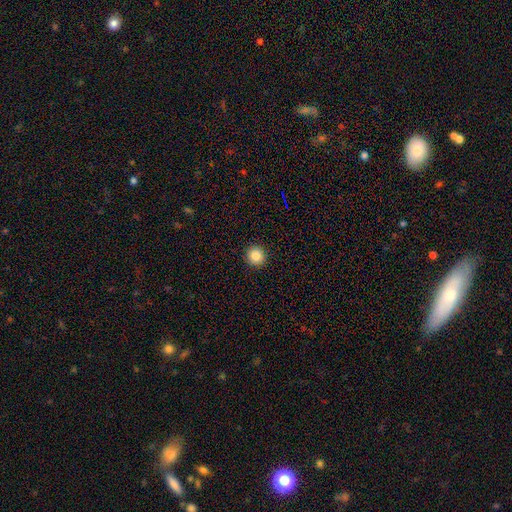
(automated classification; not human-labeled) Smooth or featured? smooth (85%)
How rounded? round (95%)
Merging? none (93%)